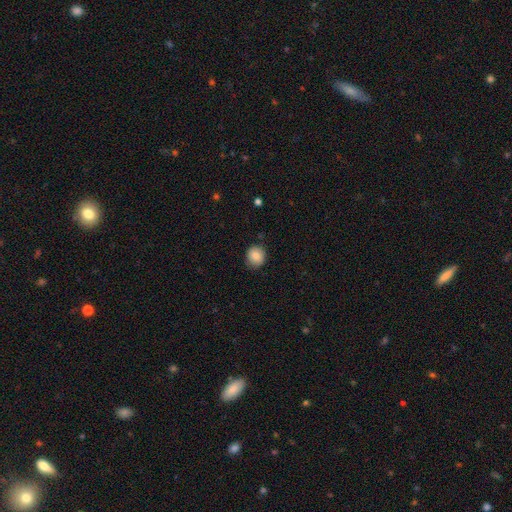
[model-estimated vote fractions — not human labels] Overall: smooth (83%). How rounded: round (85%). Merging: none (84%).